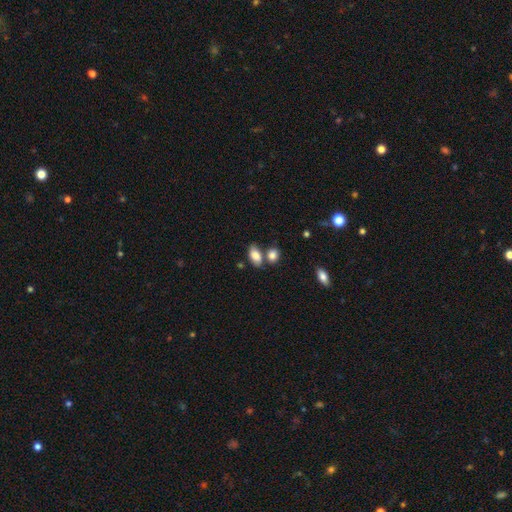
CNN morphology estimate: Smooth or featured? smooth (84%)
How rounded? in between (89%)
Merging? none (55%)